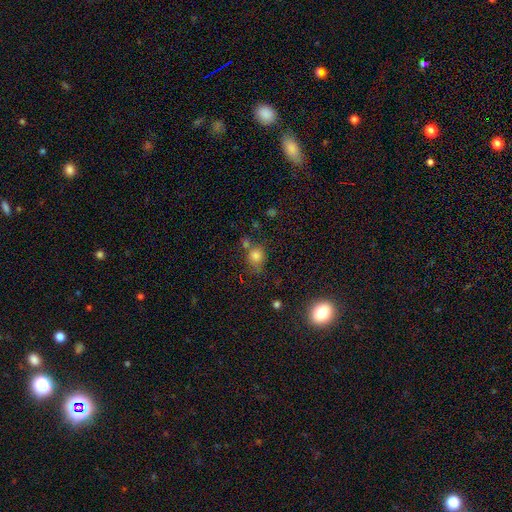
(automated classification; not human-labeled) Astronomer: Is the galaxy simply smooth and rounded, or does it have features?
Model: smooth — 79%.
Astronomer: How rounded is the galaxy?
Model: round — 74%.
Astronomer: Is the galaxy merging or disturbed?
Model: none — 54%.